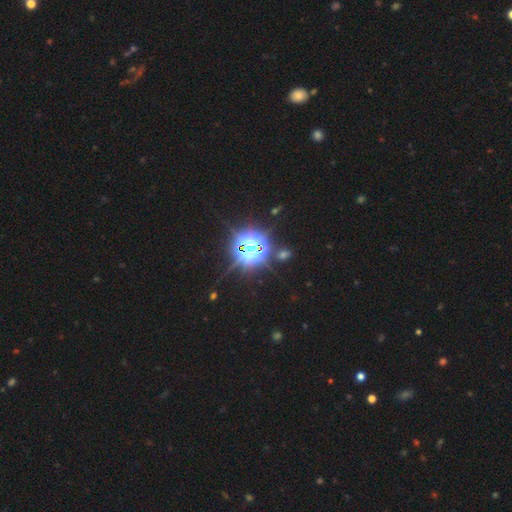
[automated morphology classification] Smooth or featured: star or artifact — 84% (smooth — 11%)